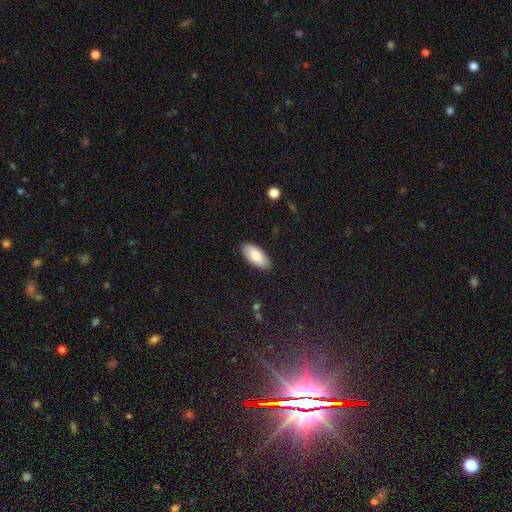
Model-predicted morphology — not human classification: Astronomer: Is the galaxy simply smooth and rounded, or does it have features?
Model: smooth — 85%.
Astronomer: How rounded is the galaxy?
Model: in between — 90%.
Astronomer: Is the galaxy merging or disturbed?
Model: none — 88%.